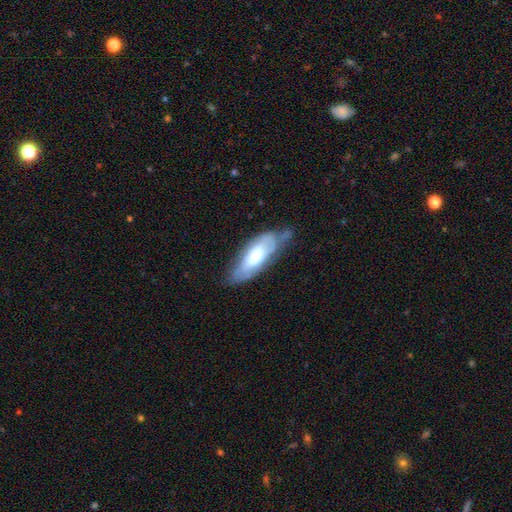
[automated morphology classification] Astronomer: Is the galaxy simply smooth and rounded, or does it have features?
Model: featured or disk — 49% (runner-up: smooth, 44%).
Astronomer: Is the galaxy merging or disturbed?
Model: none — 56% (runner-up: minor disturbance, 31%).